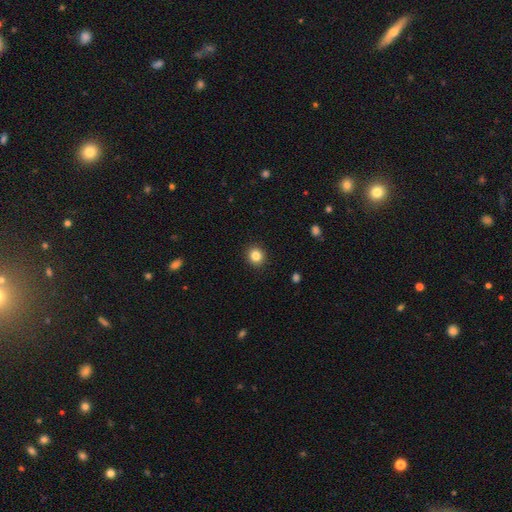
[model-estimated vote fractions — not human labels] Smooth or featured?
  - smooth: 84% *
  - star or artifact: 11%
  - featured or disk: 5%
How rounded?
  - round: 88% *
  - in between: 11%
  - cigar-shaped: 1%
Merging?
  - none: 92% *
  - minor disturbance: 5%
  - major disturbance: 2%
  - merger: 1%